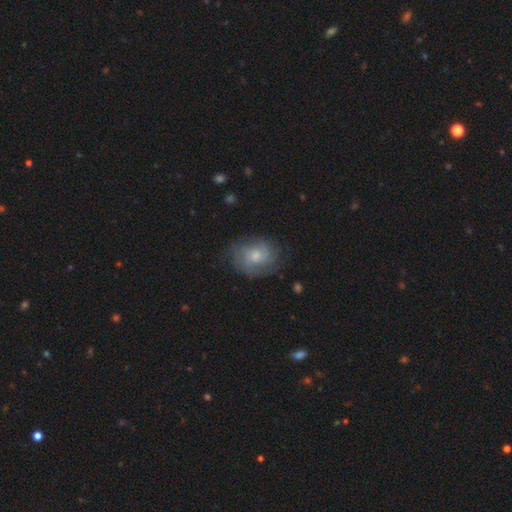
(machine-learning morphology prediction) smooth_or_featured: smooth (p=0.48) [alt: featured or disk p=0.43]
merging: none (p=0.68) [alt: minor disturbance p=0.22]